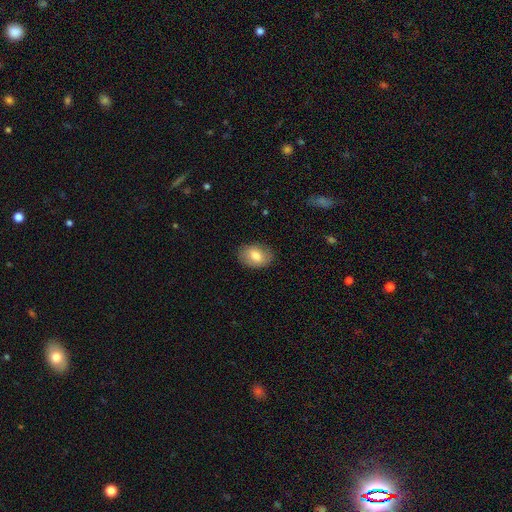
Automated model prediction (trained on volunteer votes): The model was most divided on "how rounded": in between: 77%, round: 22%, cigar-shaped: 1%. More confident: merging — none (85%); smooth or featured — smooth (76%).